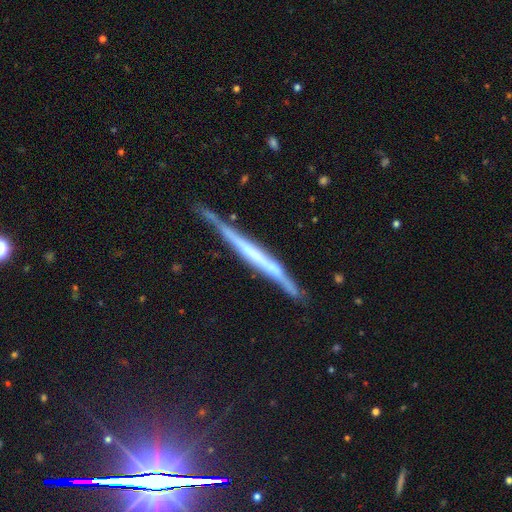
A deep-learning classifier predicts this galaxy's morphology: The model was most divided on "edge-on bulge": none: 65%, boxy: 20%, rounded: 15%. More confident: edge-on disk — yes (95%); merging — none (75%); smooth or featured — featured or disk (70%).